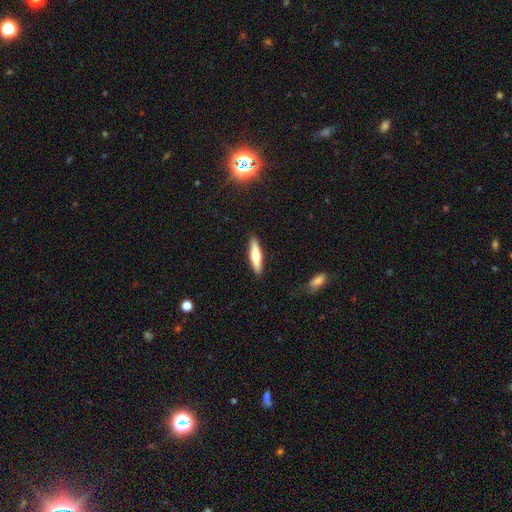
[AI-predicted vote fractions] A smooth galaxy with no disk features (57%) that is cigar-shaped (81%).

Vote fractions:
- Smooth or featured? smooth: 57% / featured or disk: 38% / star or artifact: 6%
- How rounded? cigar-shaped: 81% / in between: 18% / round: 2%
- Merging? none: 90% / minor disturbance: 7% / major disturbance: 2% / merger: 1%